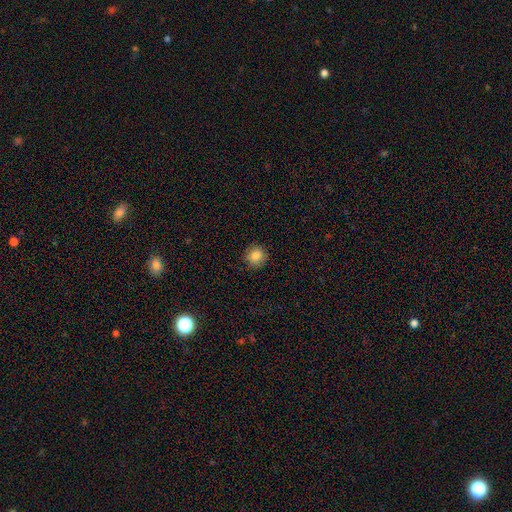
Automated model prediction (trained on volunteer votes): Q: Smooth or featured?
A: smooth (85%); runner-up: star or artifact (10%)
Q: How rounded?
A: round (93%); runner-up: in between (7%)
Q: Merging?
A: none (91%); runner-up: minor disturbance (7%)